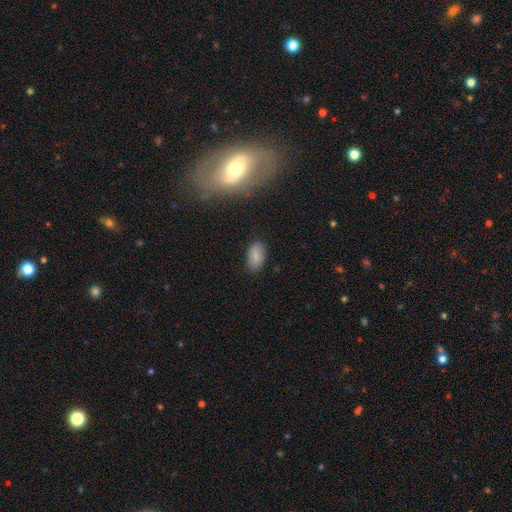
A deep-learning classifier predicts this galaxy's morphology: Smooth or featured? smooth (82%)
How rounded? in between (93%)
Merging? none (84%)